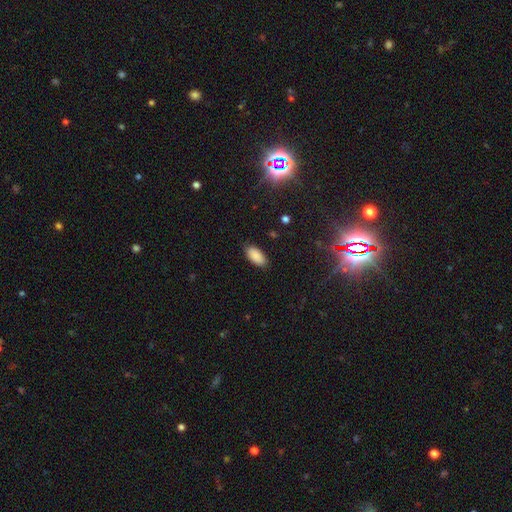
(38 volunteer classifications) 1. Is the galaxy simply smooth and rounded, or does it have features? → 87% smooth, 8% featured or disk, 5% star or artifact.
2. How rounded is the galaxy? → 100% in between, 0% round, 0% cigar-shaped.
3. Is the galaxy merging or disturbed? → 92% none, 6% minor disturbance, 3% major disturbance, 0% merger.